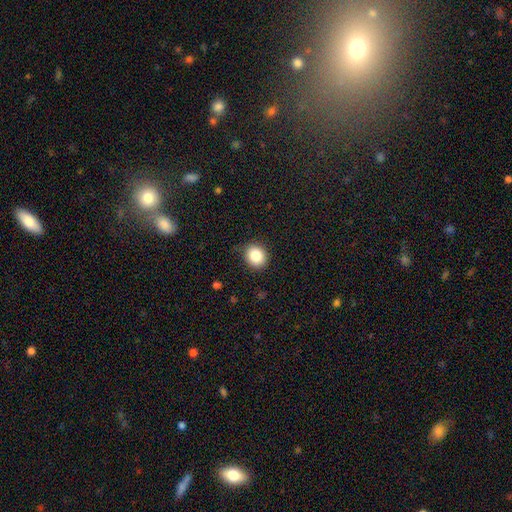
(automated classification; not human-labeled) Smooth or featured? smooth (85%)
How rounded? round (76%)
Merging? none (86%)